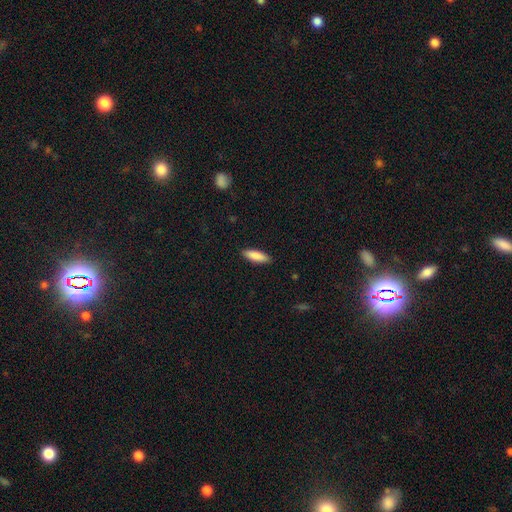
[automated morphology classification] smooth_or_featured: smooth (p=0.87) [alt: featured or disk p=0.07]
how_rounded: cigar-shaped (p=0.54) [alt: in between p=0.45]
merging: none (p=0.89) [alt: minor disturbance p=0.08]